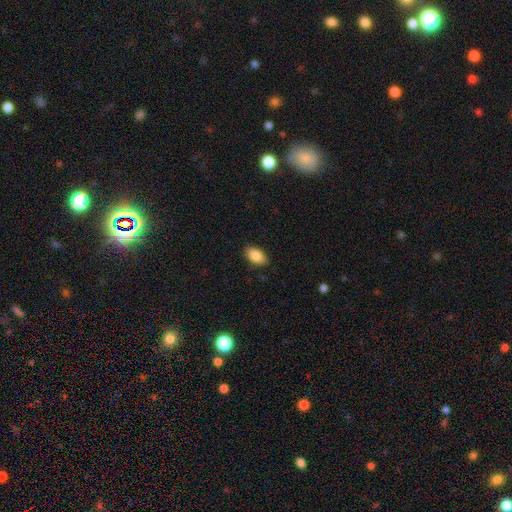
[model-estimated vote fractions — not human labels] smooth 88%, star or artifact 7%, featured or disk 5%. Down the decision tree: how rounded — in between (93%); merging — none (88%).